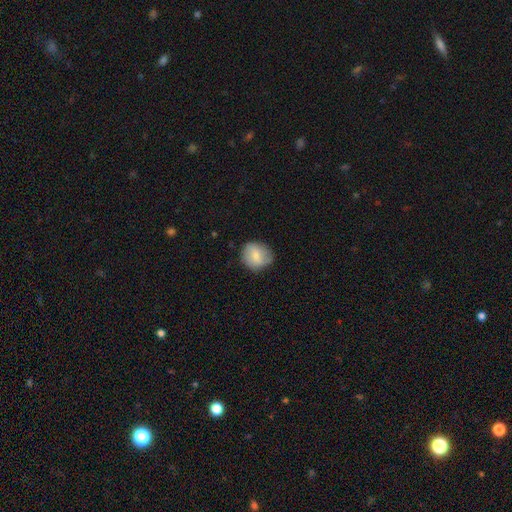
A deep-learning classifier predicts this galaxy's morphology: A smooth galaxy with no disk features (72%) that is round (78%).

Vote fractions:
- Smooth or featured? smooth: 72% / featured or disk: 21% / star or artifact: 7%
- How rounded? round: 78% / in between: 21% / cigar-shaped: 1%
- Merging? none: 75% / minor disturbance: 20% / major disturbance: 5% / merger: 1%